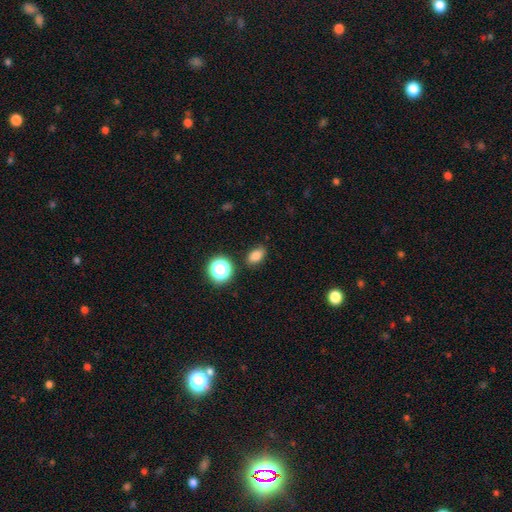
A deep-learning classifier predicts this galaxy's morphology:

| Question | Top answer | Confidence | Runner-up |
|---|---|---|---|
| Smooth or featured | smooth | 79% | star or artifact (14%) |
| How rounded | in between | 79% | round (19%) |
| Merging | none | 83% | minor disturbance (11%) |